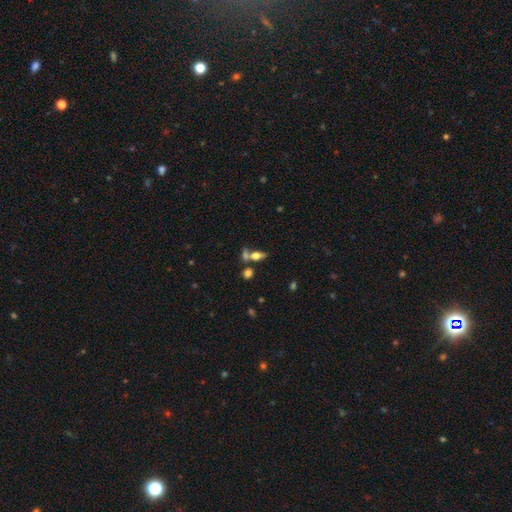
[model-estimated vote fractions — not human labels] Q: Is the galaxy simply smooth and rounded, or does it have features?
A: smooth — 59%.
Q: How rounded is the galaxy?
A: in between — 72%.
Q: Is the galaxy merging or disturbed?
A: none — 46%.